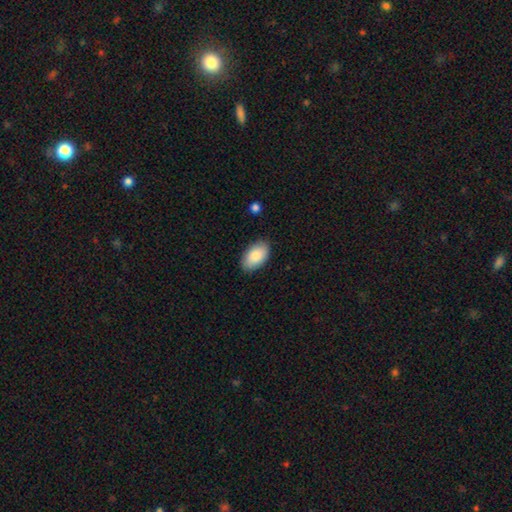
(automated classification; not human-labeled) Smooth or featured? smooth (87%)
How rounded? in between (95%)
Merging? none (86%)